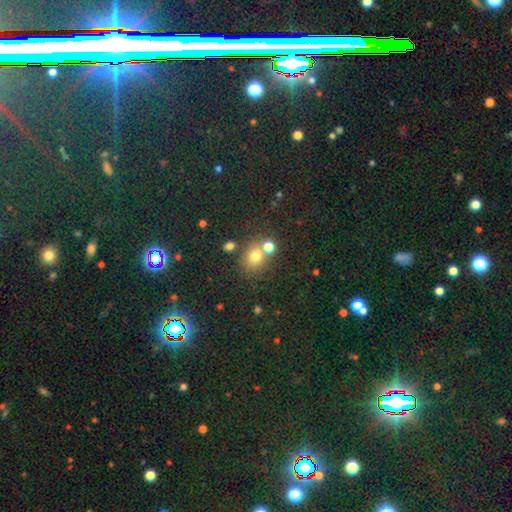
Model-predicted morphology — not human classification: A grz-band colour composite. It shows a smooth galaxy with no disk features (71%) that is round (67%). Merging: none (59%).